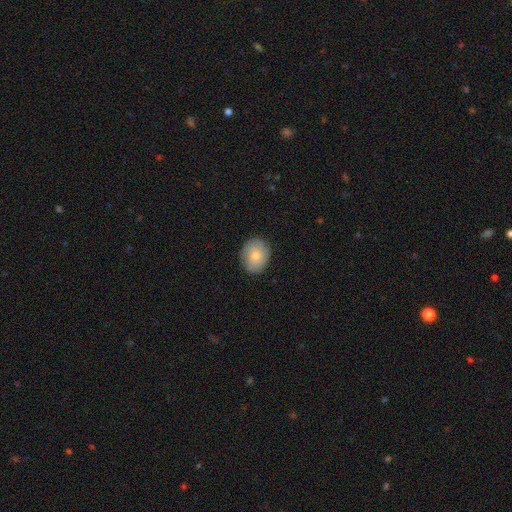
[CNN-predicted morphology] Smooth or featured? smooth (81%)
How rounded? round (55%)
Merging? none (86%)